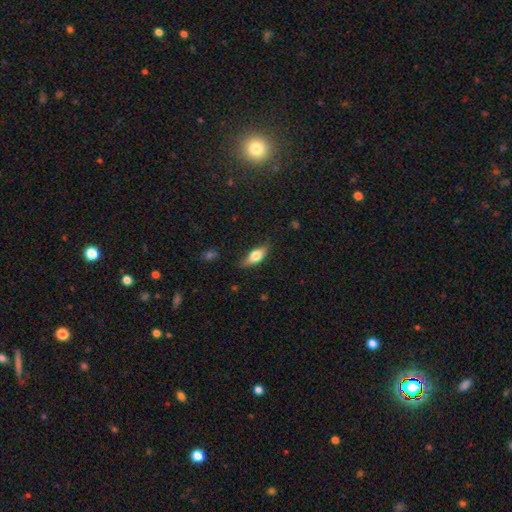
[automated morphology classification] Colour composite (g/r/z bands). It shows a smooth galaxy with no disk features (62%) that is in between round and cigar-shaped (70%). Merging: none (78%).